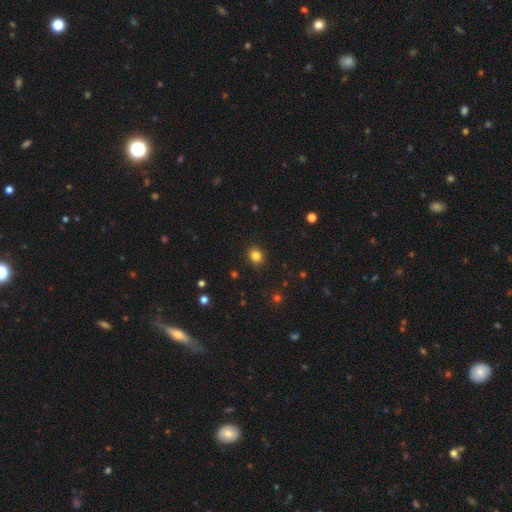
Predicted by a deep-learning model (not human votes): smooth 83%, star or artifact 12%, featured or disk 5%. Down the decision tree: how rounded — round (78%); merging — none (91%).